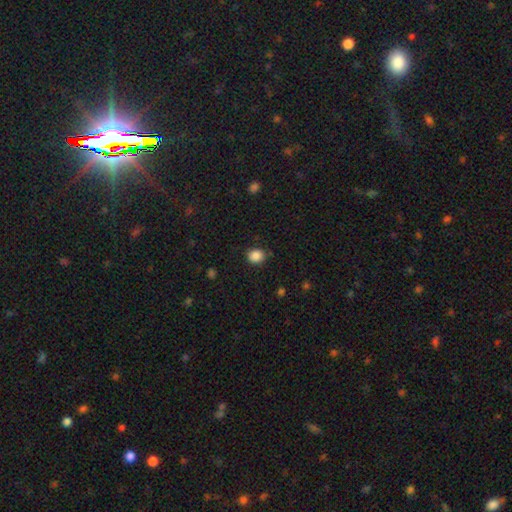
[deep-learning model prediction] Smooth or featured?
  - smooth: 86% *
  - star or artifact: 10%
  - featured or disk: 4%
How rounded?
  - round: 76% *
  - in between: 23%
  - cigar-shaped: 1%
Merging?
  - none: 79% *
  - minor disturbance: 15%
  - major disturbance: 3%
  - merger: 2%